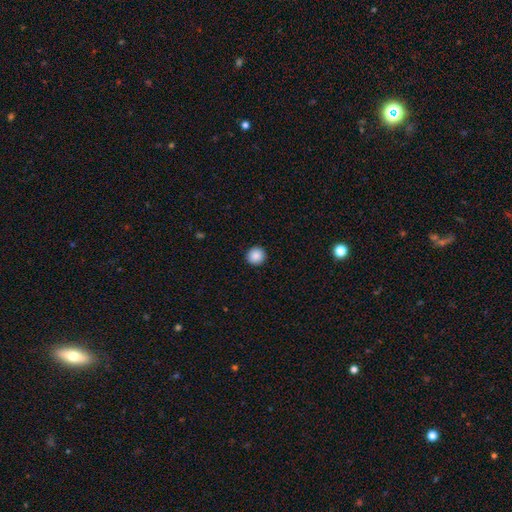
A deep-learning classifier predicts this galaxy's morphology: smooth_or_featured: smooth (p=0.88) [alt: star or artifact p=0.09]
how_rounded: round (p=0.94) [alt: in between p=0.05]
merging: none (p=0.93) [alt: minor disturbance p=0.05]